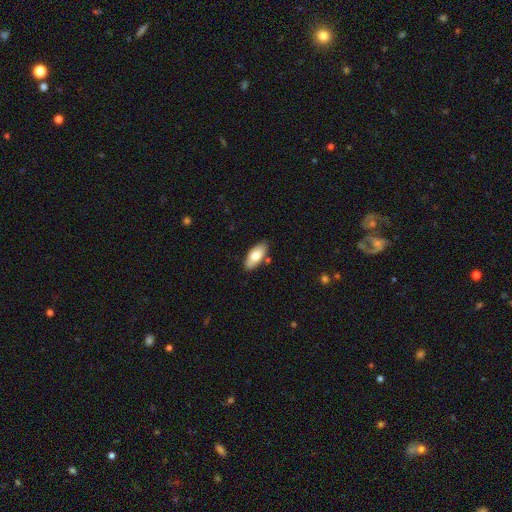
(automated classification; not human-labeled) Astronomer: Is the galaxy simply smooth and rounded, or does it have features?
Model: smooth — 76%.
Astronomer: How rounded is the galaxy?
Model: in between — 84%.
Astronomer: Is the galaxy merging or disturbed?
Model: none — 83%.